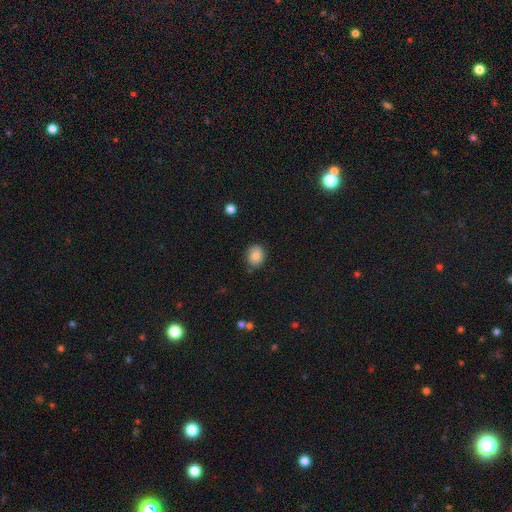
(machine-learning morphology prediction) smooth 83%, star or artifact 9%, featured or disk 8%. Down the decision tree: how rounded — round (60%); merging — none (81%).